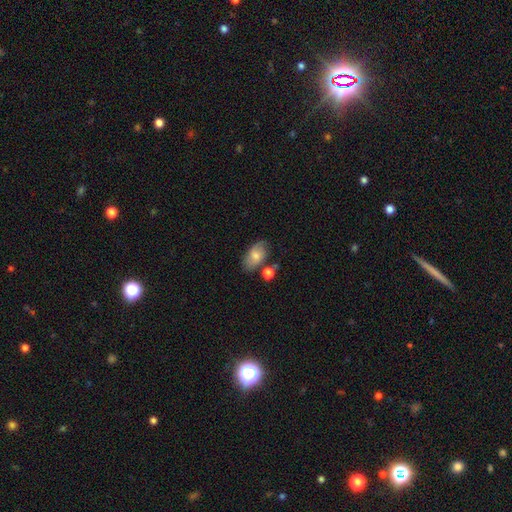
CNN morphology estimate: This is likely a smooth galaxy (70%). How rounded: clearly in between (90%). Merging: likely none (65%).